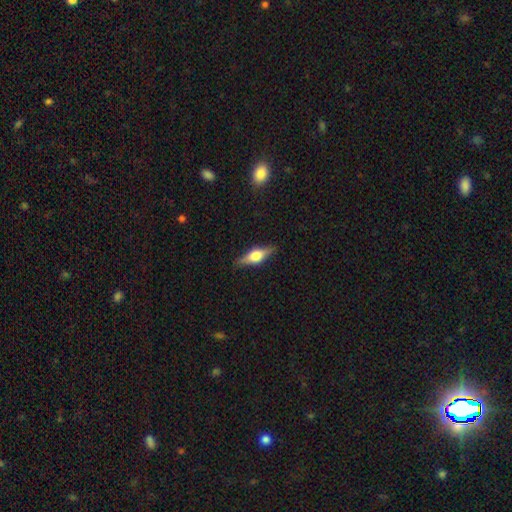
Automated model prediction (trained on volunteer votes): A featured or disk galaxy (59%) viewed edge-on (95%) with a rounded central bulge (91%).

Vote fractions:
- Smooth or featured? featured or disk: 59% / smooth: 34% / star or artifact: 7%
- Edge-on disk? yes: 95% / no: 5%
- Edge-on bulge? rounded: 91% / boxy: 7% / none: 2%
- Merging? none: 87% / minor disturbance: 10% / major disturbance: 2% / merger: 1%